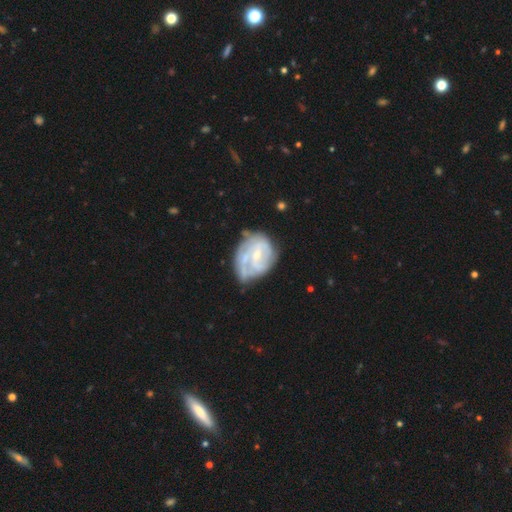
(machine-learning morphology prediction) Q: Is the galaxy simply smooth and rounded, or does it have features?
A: featured or disk — 74%.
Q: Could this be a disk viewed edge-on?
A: no — 97%.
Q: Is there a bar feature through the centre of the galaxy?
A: weak — 48%.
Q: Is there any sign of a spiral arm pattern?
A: yes — 77%.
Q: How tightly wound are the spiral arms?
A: tight — 54%.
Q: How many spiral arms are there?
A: can't tell — 44%.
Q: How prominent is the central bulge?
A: small — 61%.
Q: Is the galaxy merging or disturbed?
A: none — 45%.